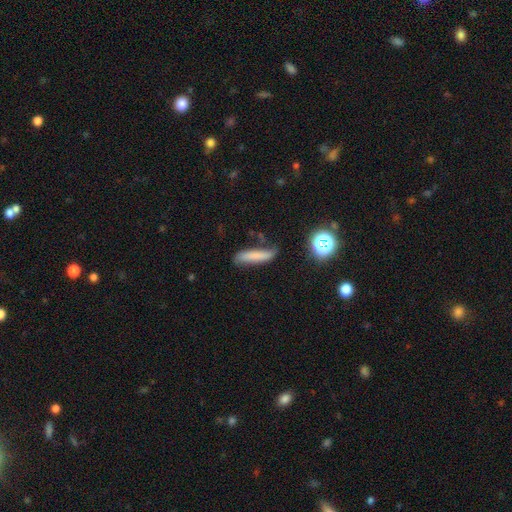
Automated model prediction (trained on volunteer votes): Smooth or featured?
  - smooth: 71% *
  - featured or disk: 19%
  - star or artifact: 10%
How rounded?
  - cigar-shaped: 84% *
  - in between: 14%
  - round: 3%
Merging?
  - none: 63% *
  - minor disturbance: 25%
  - major disturbance: 8%
  - merger: 4%